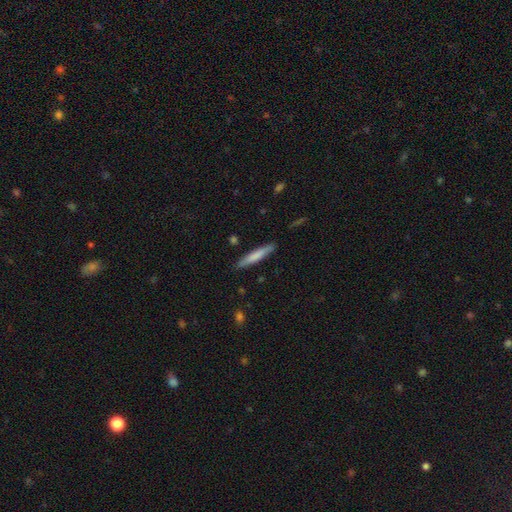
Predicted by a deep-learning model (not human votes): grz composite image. It shows a smooth galaxy with no disk features (71%) that is cigar-shaped (94%). Merging: none (88%).